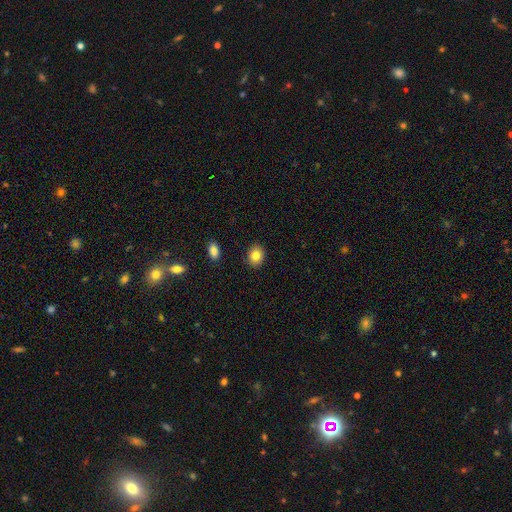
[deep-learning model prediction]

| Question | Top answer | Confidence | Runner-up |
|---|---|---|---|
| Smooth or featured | smooth | 83% | star or artifact (9%) |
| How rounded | round | 53% | in between (46%) |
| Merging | none | 89% | minor disturbance (8%) |